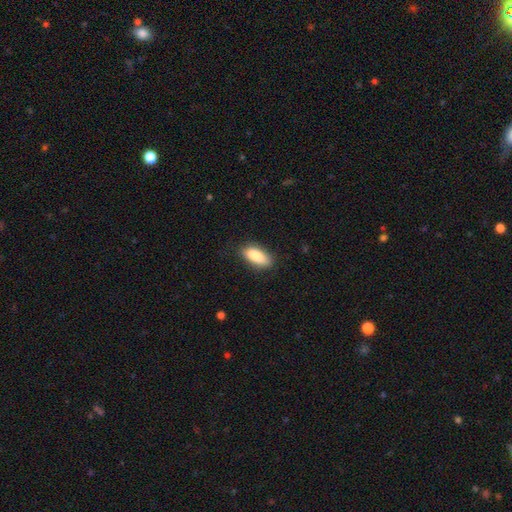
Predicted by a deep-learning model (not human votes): The model was most divided on "how rounded": in between: 81%, cigar-shaped: 17%, round: 2%. More confident: smooth or featured — smooth (87%); merging — none (81%).